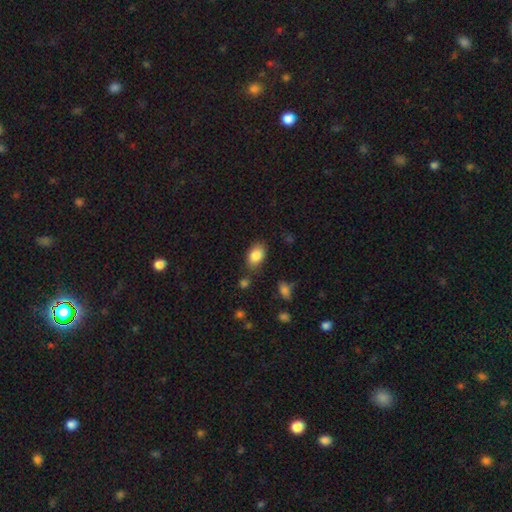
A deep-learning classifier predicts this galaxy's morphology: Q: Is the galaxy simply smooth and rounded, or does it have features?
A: smooth — 86%.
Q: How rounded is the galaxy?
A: in between — 87%.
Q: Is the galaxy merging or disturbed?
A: none — 75%.